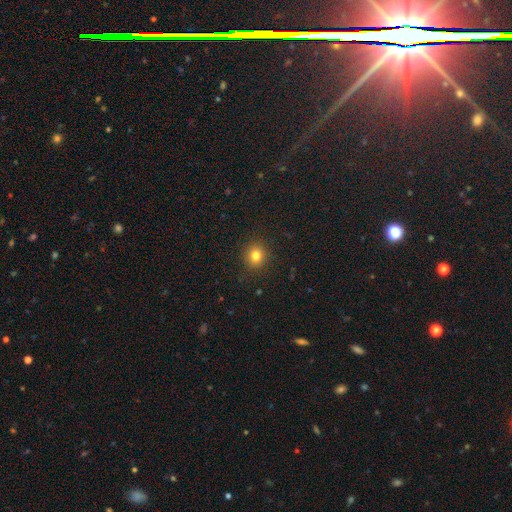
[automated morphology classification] A smooth galaxy with no disk features (81%) that is round (86%). Merging: none (91%).